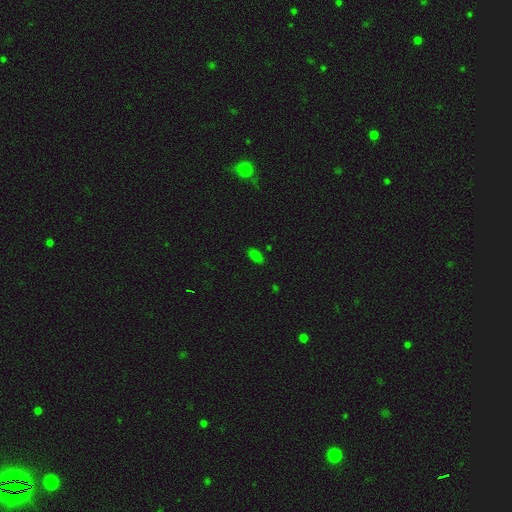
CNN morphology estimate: A smooth galaxy with no disk features (78%) that is in between round and cigar-shaped (88%).

Vote fractions:
- Smooth or featured? smooth: 78% / star or artifact: 17% / featured or disk: 5%
- How rounded? in between: 88% / cigar-shaped: 8% / round: 4%
- Merging? none: 86% / minor disturbance: 10% / major disturbance: 2% / merger: 2%